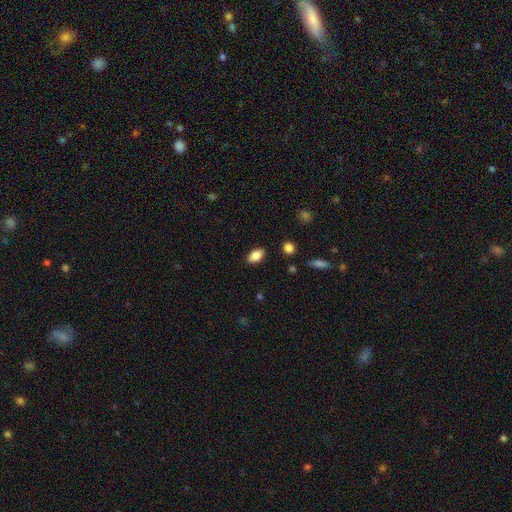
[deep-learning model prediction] Q: Smooth or featured?
A: smooth (84%); runner-up: star or artifact (8%)
Q: How rounded?
A: in between (91%); runner-up: round (6%)
Q: Merging?
A: none (87%); runner-up: minor disturbance (9%)